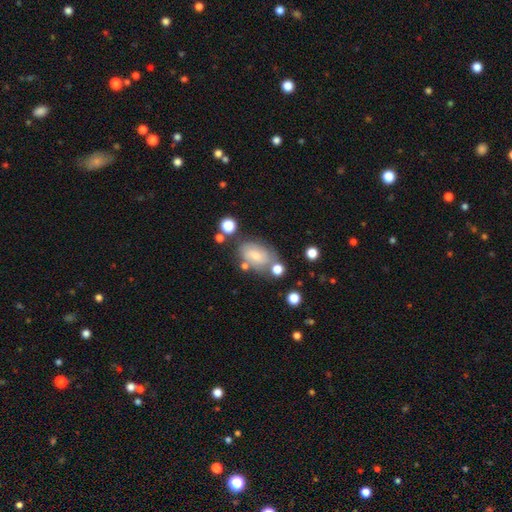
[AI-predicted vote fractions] Smooth or featured?
  - smooth: 59% *
  - featured or disk: 31%
  - star or artifact: 10%
How rounded?
  - in between: 84% *
  - round: 14%
  - cigar-shaped: 2%
Merging?
  - none: 57% *
  - minor disturbance: 22%
  - merger: 12%
  - major disturbance: 9%